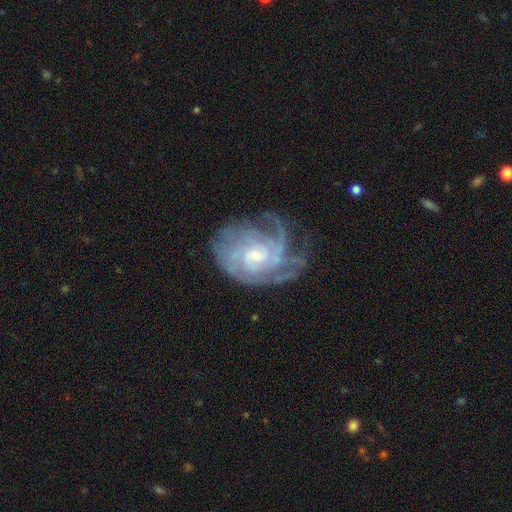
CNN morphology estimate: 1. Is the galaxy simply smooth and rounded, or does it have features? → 86% featured or disk, 8% smooth, 7% star or artifact.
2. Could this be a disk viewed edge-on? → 97% no, 3% yes.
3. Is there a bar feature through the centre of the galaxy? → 55% no, 39% weak, 7% strong.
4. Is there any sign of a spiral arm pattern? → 95% yes, 5% no.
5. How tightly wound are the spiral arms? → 58% tight, 33% medium, 9% loose.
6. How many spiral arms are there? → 33% can't tell, 22% 3, 20% 4, 13% 2, 7% more than 4, 6% 1.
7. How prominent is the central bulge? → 53% small, 40% moderate, 4% none, 3% large, 1% dominant.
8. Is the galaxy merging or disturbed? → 57% none, 23% minor disturbance, 18% major disturbance, 2% merger.